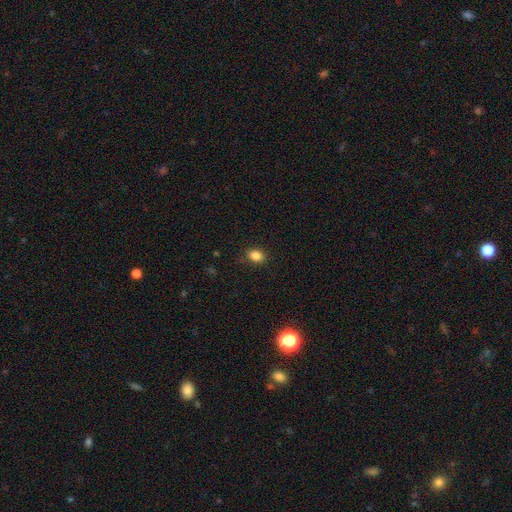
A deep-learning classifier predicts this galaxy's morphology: Smooth or featured? smooth (85%)
How rounded? in between (62%)
Merging? none (85%)